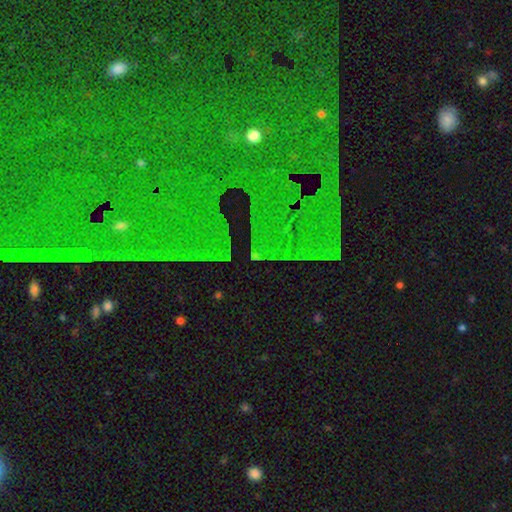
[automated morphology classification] Smooth or featured? star or artifact (71%)